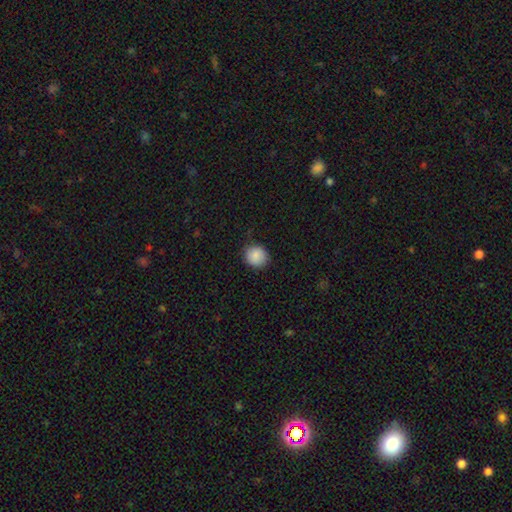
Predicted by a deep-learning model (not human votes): A smooth galaxy with no disk features (88%) that is round (88%).

Vote fractions:
- Smooth or featured? smooth: 88% / star or artifact: 8% / featured or disk: 4%
- How rounded? round: 88% / in between: 11% / cigar-shaped: 1%
- Merging? none: 82% / minor disturbance: 14% / major disturbance: 3% / merger: 1%